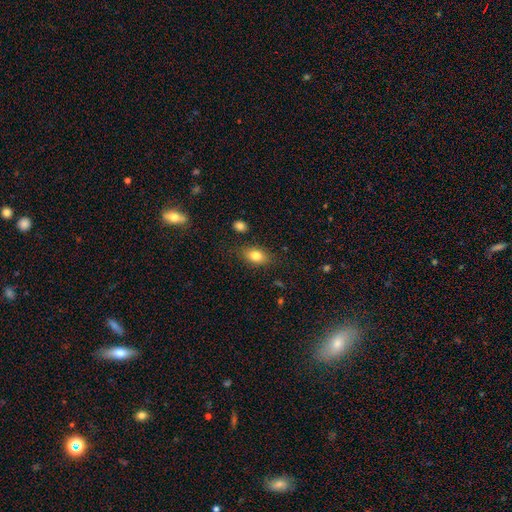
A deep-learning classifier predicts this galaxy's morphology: smooth-or-featured: smooth: 81% | featured or disk: 11% | star or artifact: 9%
  how-rounded: in between: 83% | round: 14% | cigar-shaped: 3%
  merging: none: 81% | minor disturbance: 13% | major disturbance: 3% | merger: 2%